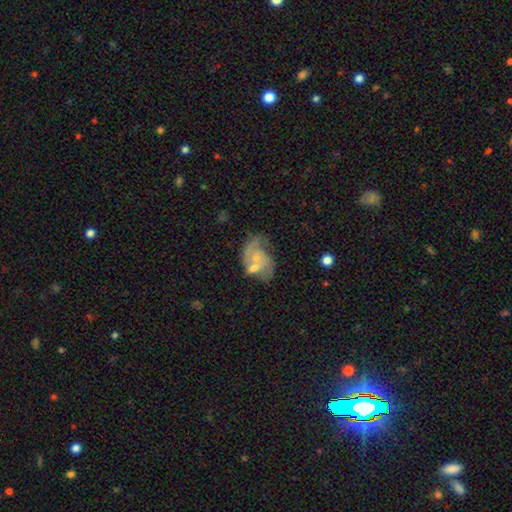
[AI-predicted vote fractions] Smooth or featured? featured or disk (66%)
Edge-on disk? no (98%)
Bar? no (71%)
Spiral arms? yes (77%)
Bulge size? small (55%)
Merging? merger (39%)